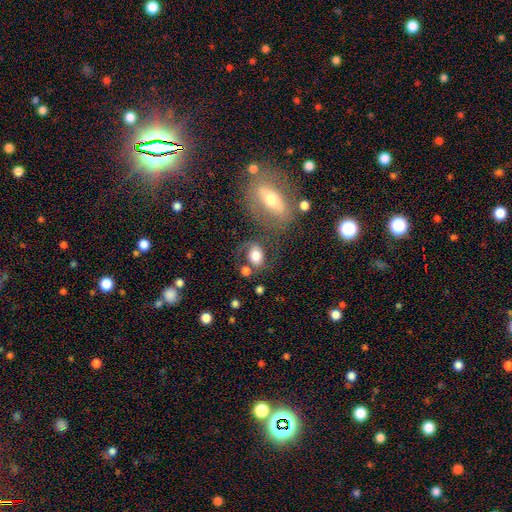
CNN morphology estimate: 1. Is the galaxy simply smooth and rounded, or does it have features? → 54% smooth, 36% featured or disk, 10% star or artifact.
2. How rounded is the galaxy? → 57% in between, 41% round, 2% cigar-shaped.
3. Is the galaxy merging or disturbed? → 48% none, 19% merger, 18% minor disturbance, 15% major disturbance.